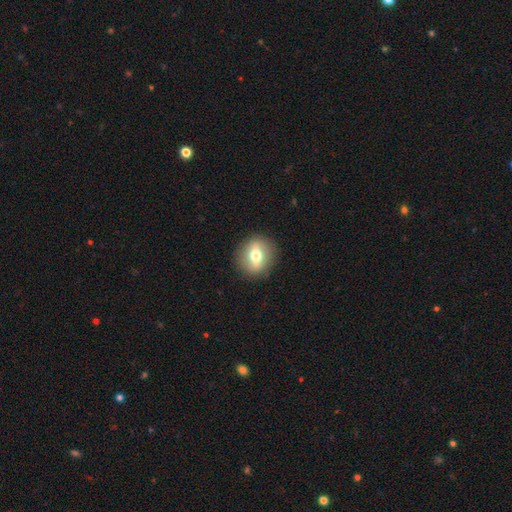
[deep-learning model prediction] smooth 53%, featured or disk 39%, star or artifact 8%. Down the decision tree: how rounded — round (73%); merging — none (89%).